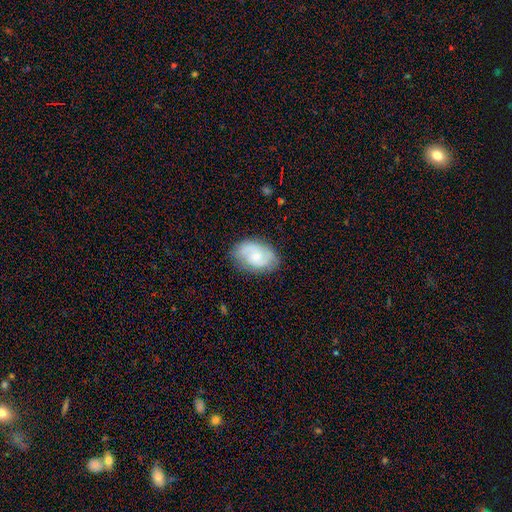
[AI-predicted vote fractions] This appears to be a featured or disk galaxy (59%) with no bar (65%), spiral arms (87%) and a small central bulge (55%). Merging: none (77%).